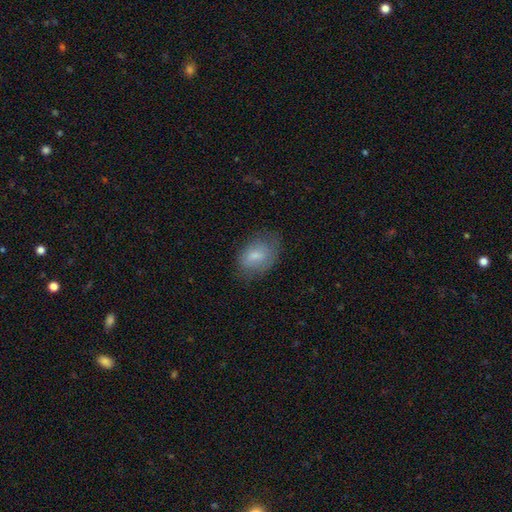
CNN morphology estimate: This appears to be a smooth galaxy with no disk features (72%) that is in between round and cigar-shaped (86%). Merging: none (64%).